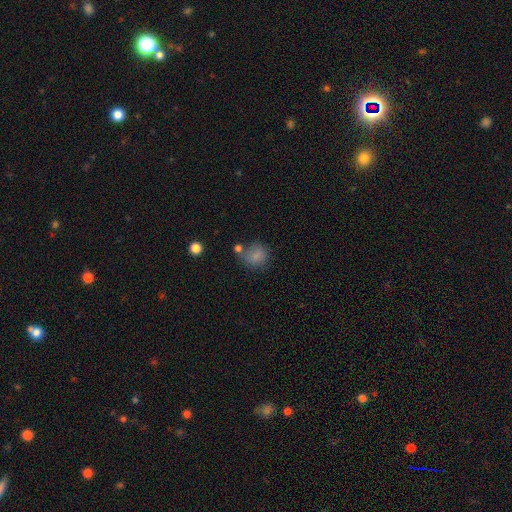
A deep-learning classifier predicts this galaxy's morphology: This appears to be a smooth galaxy with no disk features (81%) that is round (80%). Merging: none (61%).